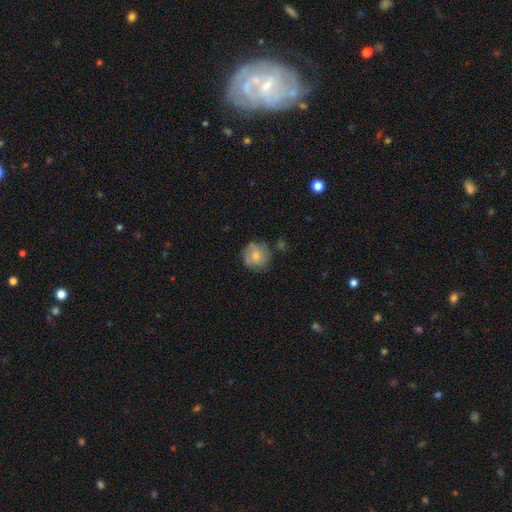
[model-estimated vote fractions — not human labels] smooth 68%, featured or disk 24%, star or artifact 8%. Down the decision tree: how rounded — round (88%); merging — none (66%).